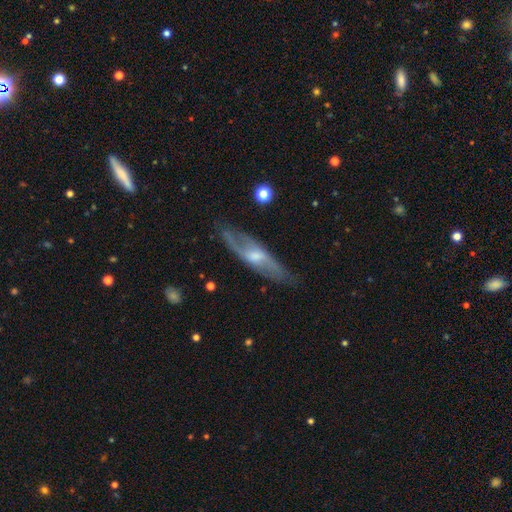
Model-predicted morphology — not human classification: Overall: featured or disk (71%). Edge-on disk: no (60%; yes 40%). Merging: none (77%).